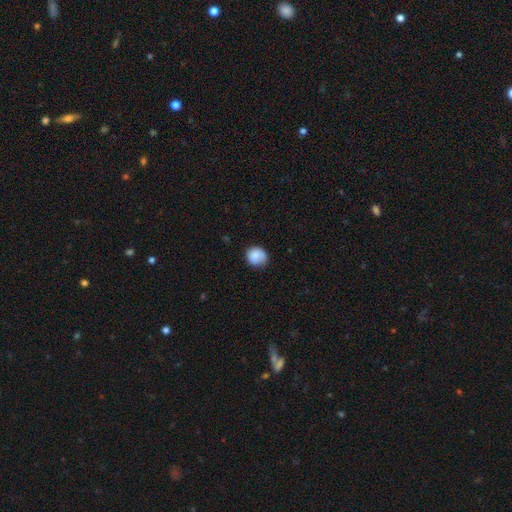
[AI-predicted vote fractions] smooth 82%, featured or disk 11%, star or artifact 8%. Down the decision tree: how rounded — round (80%); merging — none (69%).